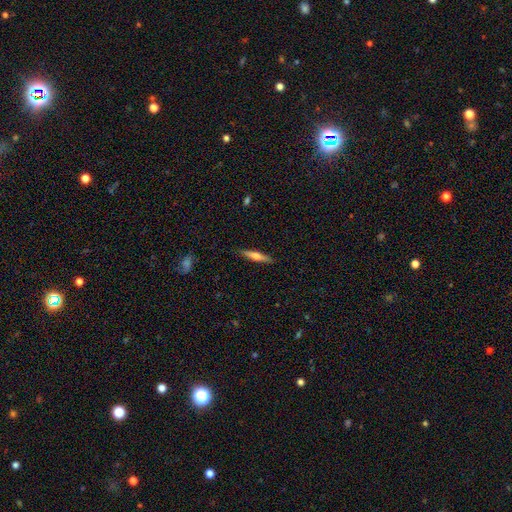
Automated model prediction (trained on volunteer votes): Smooth or featured? Predicted: smooth (p=0.49). Merging? Predicted: none (p=0.89).